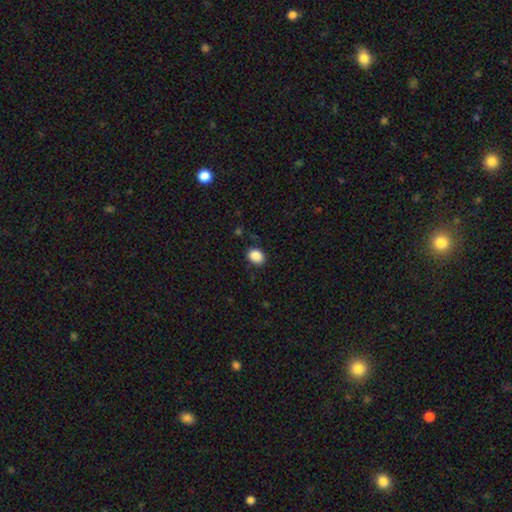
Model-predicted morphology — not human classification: Smooth or featured: smooth — 89% (star or artifact — 9%)
How rounded: in between — 67% (round — 32%)
Merging: none — 84% (minor disturbance — 12%)